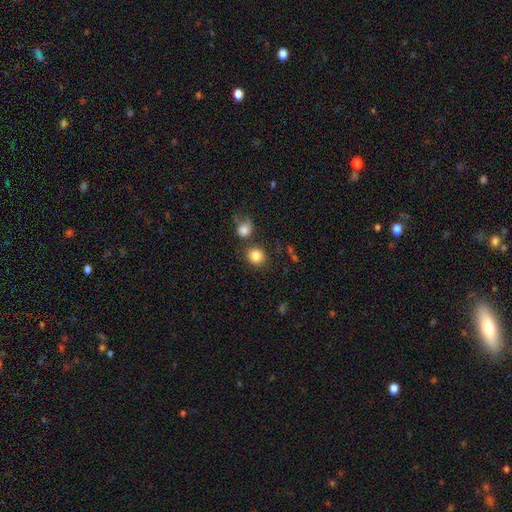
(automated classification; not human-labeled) This is clearly a smooth galaxy (84%). How rounded: clearly round (83%). Merging: likely none (75%).